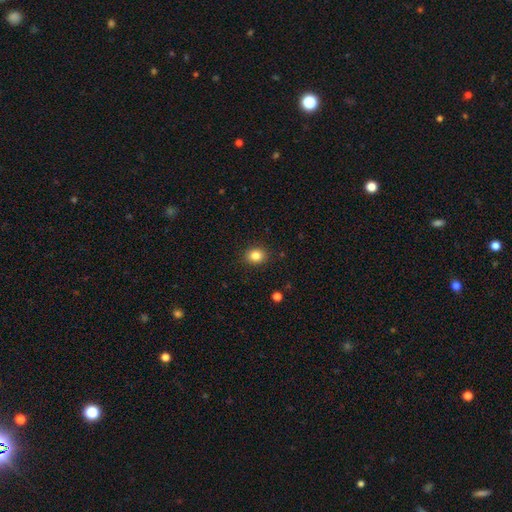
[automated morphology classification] type=smooth (84%); roundness=round (64%); merging=none (89%).